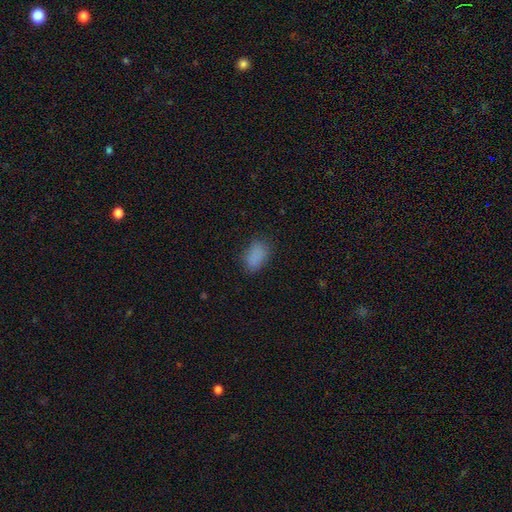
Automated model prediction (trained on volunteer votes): smooth_or_featured: smooth (p=0.83) [alt: star or artifact p=0.11]
how_rounded: in between (p=0.90) [alt: round p=0.08]
merging: none (p=0.76) [alt: minor disturbance p=0.17]